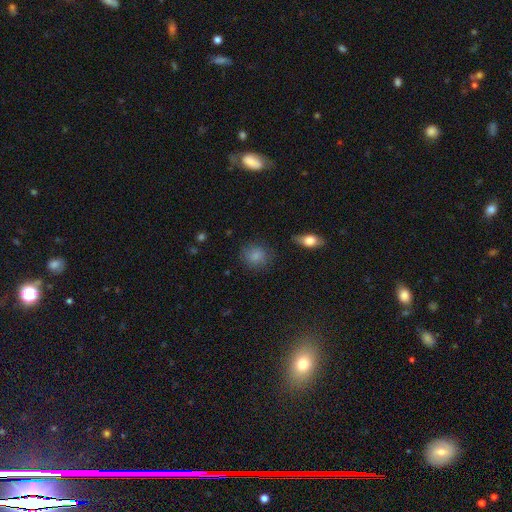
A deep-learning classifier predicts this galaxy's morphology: Smooth or featured: smooth — 85% (star or artifact — 9%)
How rounded: round — 83% (in between — 16%)
Merging: none — 83% (minor disturbance — 12%)